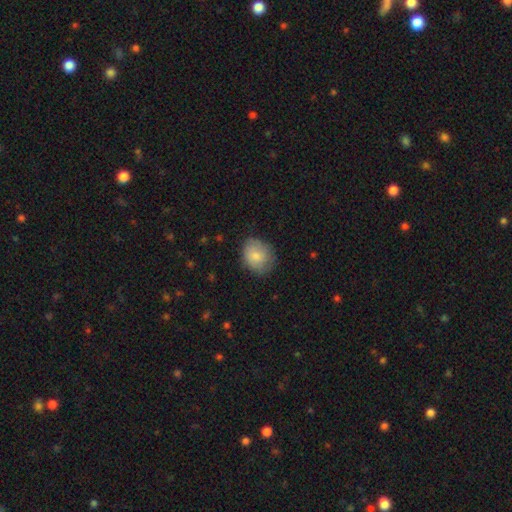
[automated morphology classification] The model was most divided on "how rounded": round: 58%, in between: 41%, cigar-shaped: 1%. More confident: smooth or featured — smooth (82%); merging — none (74%).